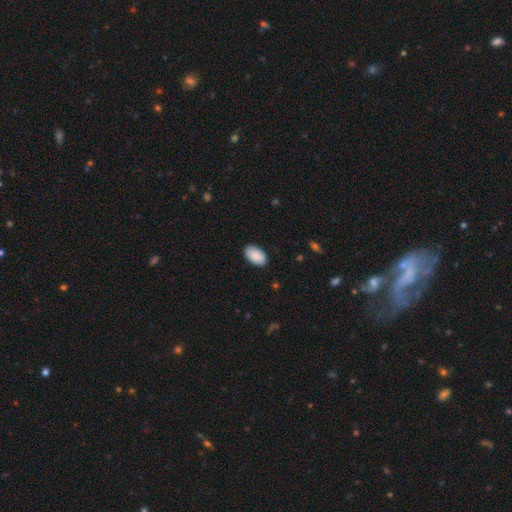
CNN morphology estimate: This appears to be a smooth galaxy with no disk features (89%) that is in between round and cigar-shaped (95%). Merging: none (89%).